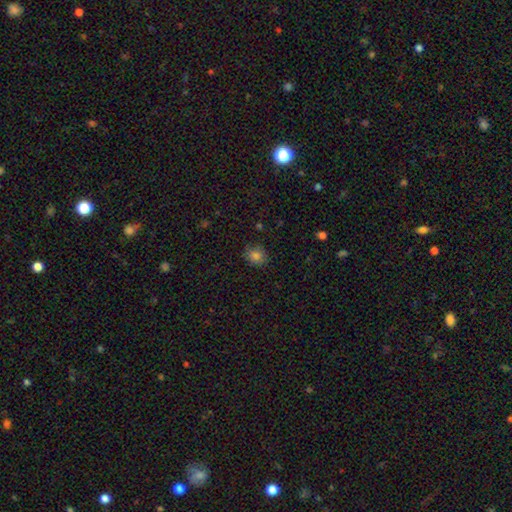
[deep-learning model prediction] This is clearly a smooth galaxy (82%). How rounded: likely round (75%). Merging: clearly none (83%).